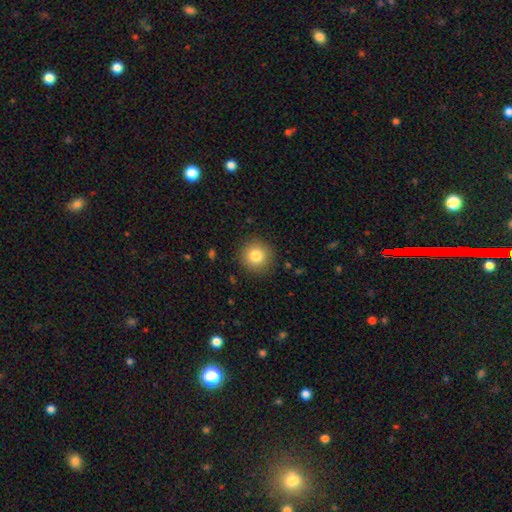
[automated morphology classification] Overall: smooth (81%). How rounded: round (94%). Merging: none (89%).